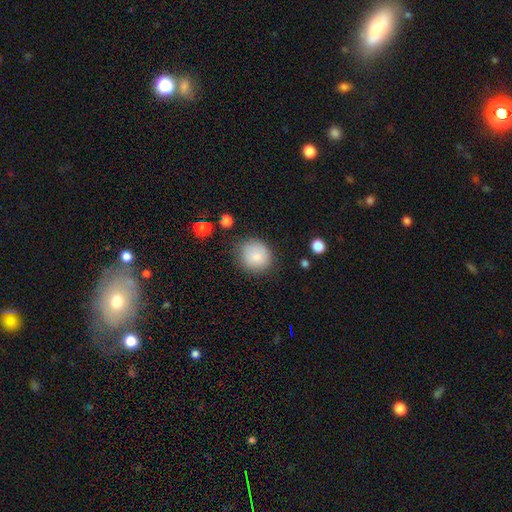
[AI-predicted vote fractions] Smooth or featured?
  - smooth: 84% *
  - star or artifact: 8%
  - featured or disk: 8%
How rounded?
  - round: 81% *
  - in between: 18%
  - cigar-shaped: 1%
Merging?
  - none: 74% *
  - minor disturbance: 19%
  - major disturbance: 5%
  - merger: 2%